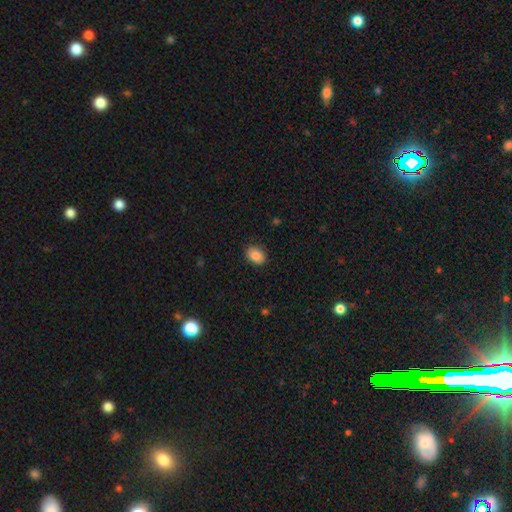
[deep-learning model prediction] Smooth or featured: smooth — 86% (star or artifact — 8%)
How rounded: in between — 69% (round — 30%)
Merging: none — 88% (minor disturbance — 9%)